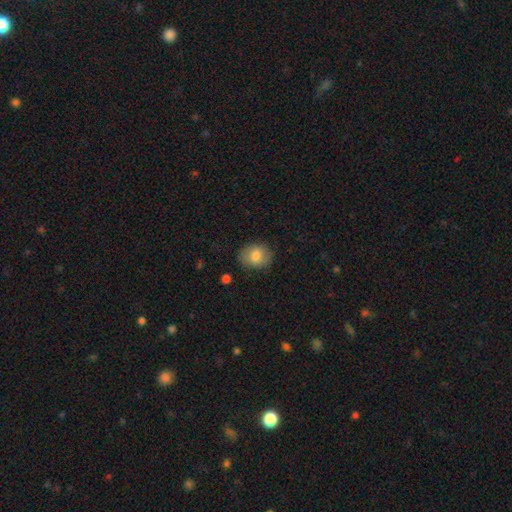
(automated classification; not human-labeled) smooth_or_featured: smooth (p=0.78) [alt: featured or disk p=0.14]
how_rounded: round (p=0.55) [alt: in between p=0.44]
merging: none (p=0.79) [alt: minor disturbance p=0.16]